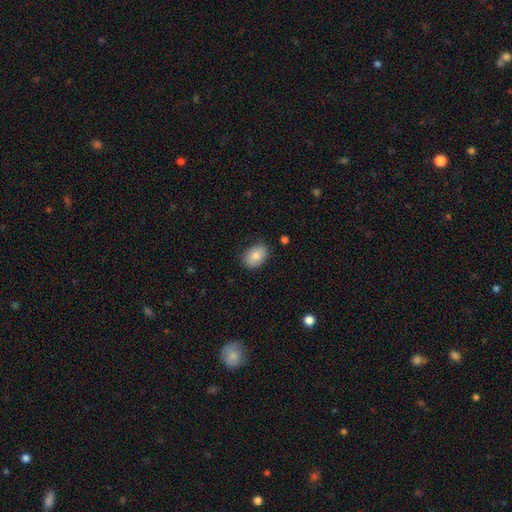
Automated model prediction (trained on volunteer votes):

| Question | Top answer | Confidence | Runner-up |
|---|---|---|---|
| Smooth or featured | smooth | 83% | featured or disk (10%) |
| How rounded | in between | 81% | round (18%) |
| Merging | none | 82% | minor disturbance (14%) |